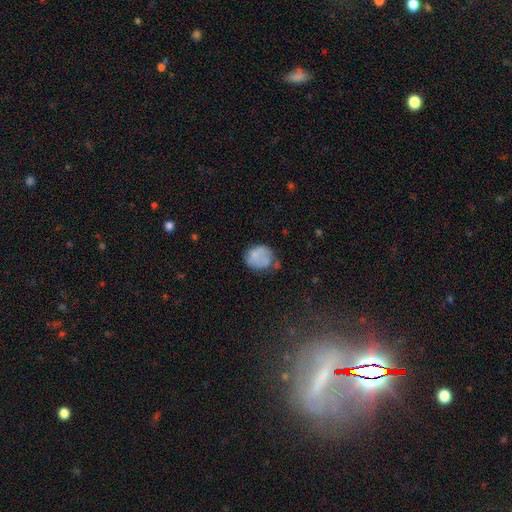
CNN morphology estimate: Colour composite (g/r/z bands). It shows a smooth galaxy with no disk features (69%) that is round (55%). Merging: none (42%).